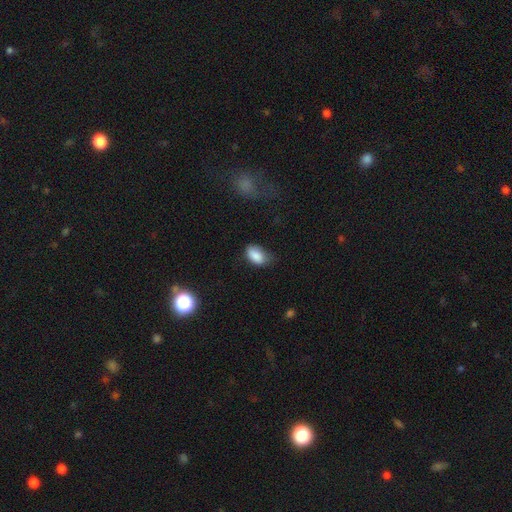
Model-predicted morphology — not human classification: Smooth or featured: smooth — 86% (star or artifact — 8%)
How rounded: in between — 91% (round — 7%)
Merging: none — 53% (minor disturbance — 36%)